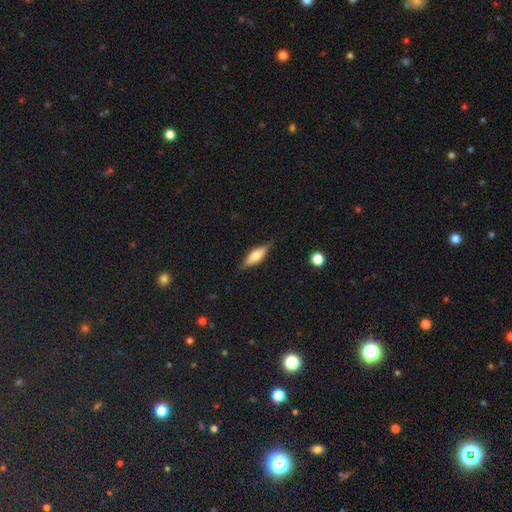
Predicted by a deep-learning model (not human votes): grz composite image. It shows a featured or disk galaxy (47%). Merging: none (82%).